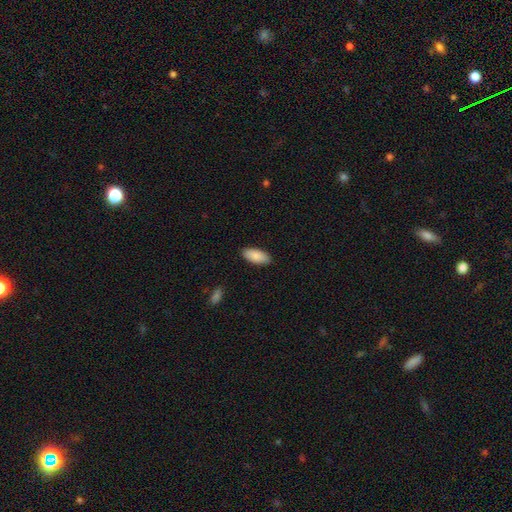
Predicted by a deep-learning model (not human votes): smooth_or_featured: smooth (p=0.88) [alt: featured or disk p=0.06]
how_rounded: in between (p=0.89) [alt: cigar-shaped p=0.10]
merging: none (p=0.88) [alt: minor disturbance p=0.09]